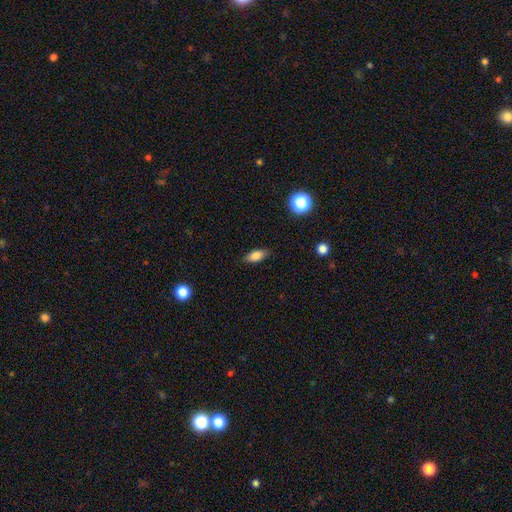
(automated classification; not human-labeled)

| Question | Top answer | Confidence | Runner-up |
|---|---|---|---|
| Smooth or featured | smooth | 80% | featured or disk (11%) |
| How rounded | in between | 81% | cigar-shaped (14%) |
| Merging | none | 82% | minor disturbance (14%) |